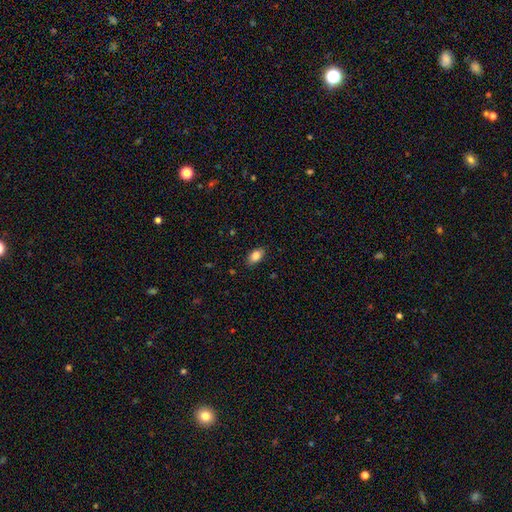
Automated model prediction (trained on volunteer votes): The model was most divided on "merging": none: 86%, minor disturbance: 11%, major disturbance: 2%, merger: 1%. More confident: how rounded — in between (90%); smooth or featured — smooth (85%).